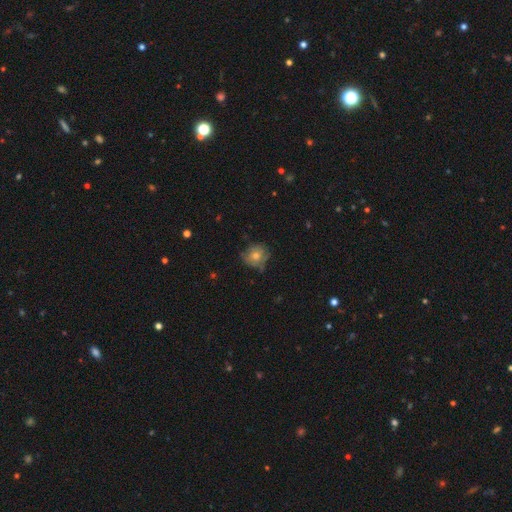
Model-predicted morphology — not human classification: This is possibly a smooth galaxy (58%). How rounded: clearly round (84%). Merging: likely none (66%).